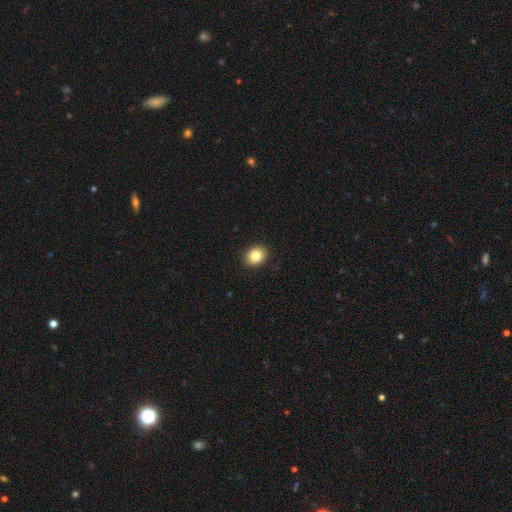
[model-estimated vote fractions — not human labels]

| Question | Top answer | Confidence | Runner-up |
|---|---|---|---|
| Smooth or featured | smooth | 83% | star or artifact (10%) |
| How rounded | round | 55% | in between (44%) |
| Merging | none | 92% | minor disturbance (6%) |